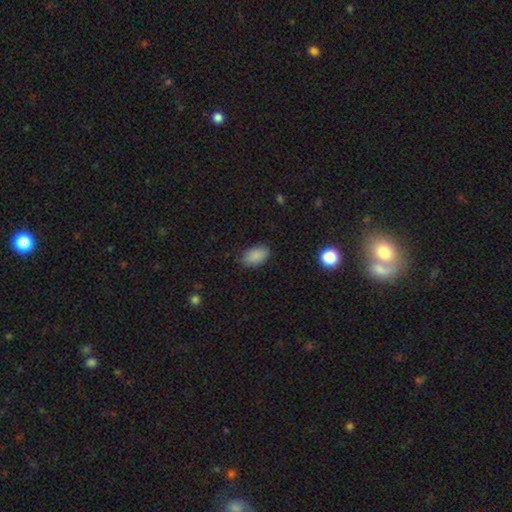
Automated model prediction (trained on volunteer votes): Smooth or featured?
  - smooth: 87% *
  - star or artifact: 8%
  - featured or disk: 5%
How rounded?
  - in between: 92% *
  - round: 6%
  - cigar-shaped: 2%
Merging?
  - none: 80% *
  - minor disturbance: 16%
  - major disturbance: 3%
  - merger: 1%